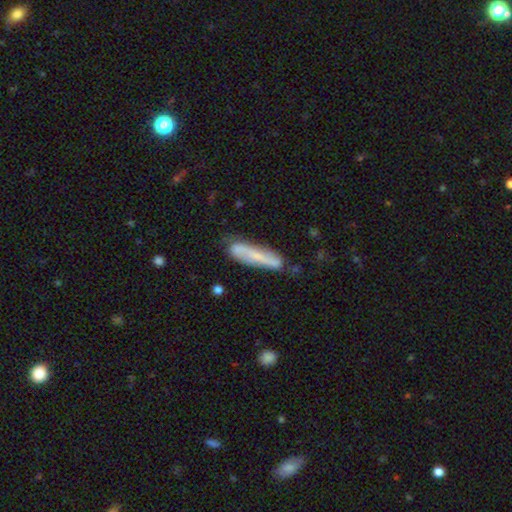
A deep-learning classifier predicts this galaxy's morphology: smooth-or-featured: smooth: 49% | featured or disk: 44% | star or artifact: 7%
  merging: none: 73% | minor disturbance: 19% | major disturbance: 4% | merger: 4%